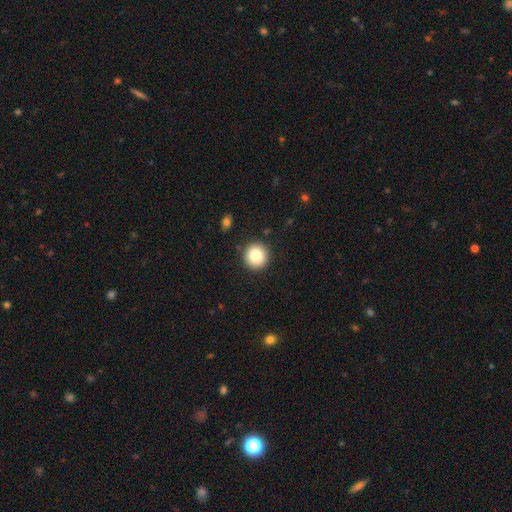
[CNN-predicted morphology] type=smooth (81%); roundness=round (95%); merging=none (90%).